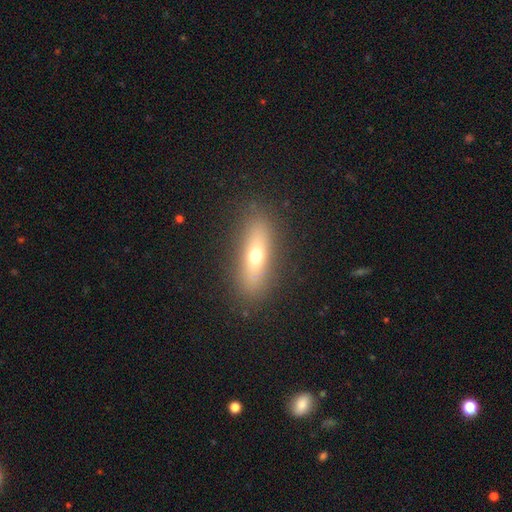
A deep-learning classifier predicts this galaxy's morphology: type=smooth (60%); roundness=in between (52%); merging=none (85%).